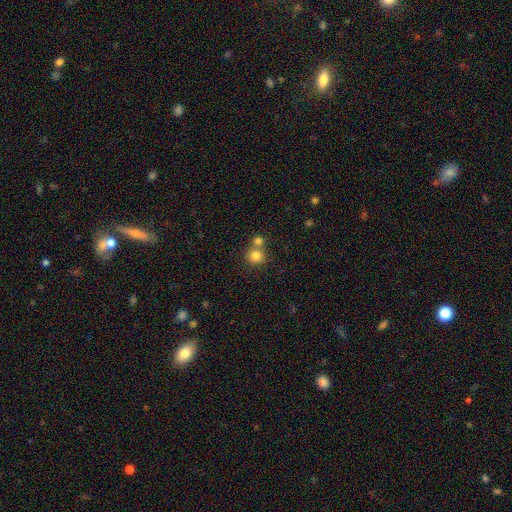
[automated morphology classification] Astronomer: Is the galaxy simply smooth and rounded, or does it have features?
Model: smooth — 81%.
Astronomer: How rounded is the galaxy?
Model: round — 91%.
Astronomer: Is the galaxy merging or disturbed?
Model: none — 56% (runner-up: merger, 35%).